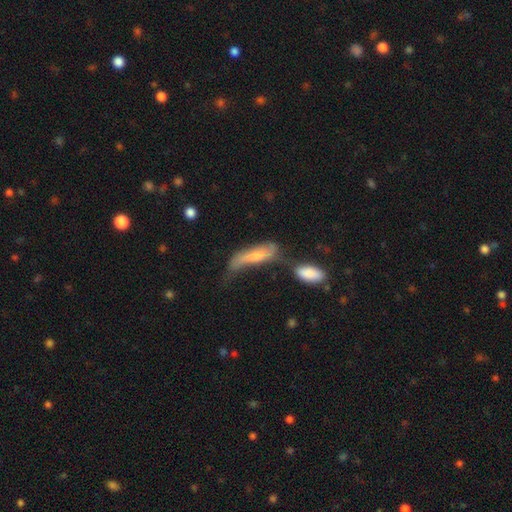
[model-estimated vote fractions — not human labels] smooth-or-featured: smooth: 57% | featured or disk: 34% | star or artifact: 8%
  how-rounded: cigar-shaped: 58% | in between: 40% | round: 2%
  merging: merger: 27% | none: 25% | major disturbance: 24% | minor disturbance: 23%